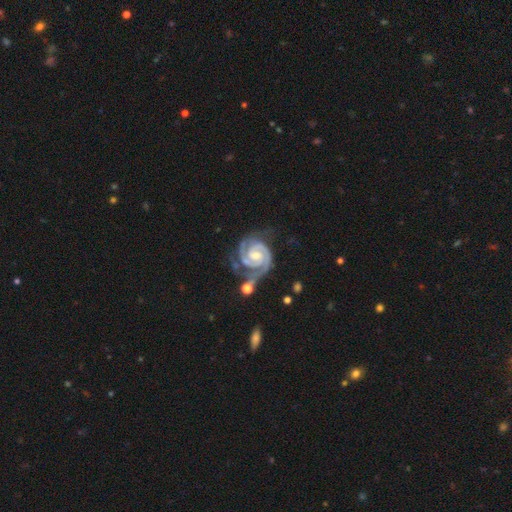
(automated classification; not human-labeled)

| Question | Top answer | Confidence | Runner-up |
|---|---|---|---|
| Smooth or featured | featured or disk | 93% | star or artifact (4%) |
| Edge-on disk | no | 98% | yes (2%) |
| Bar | weak | 42% | tied: no (42%) |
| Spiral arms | yes | 99% | no (1%) |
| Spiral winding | tight | 74% | medium (24%) |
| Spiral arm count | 2 | 80% | 3 (11%) |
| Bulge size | moderate | 49% | small (41%) |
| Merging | none | 57% | minor disturbance (22%) |